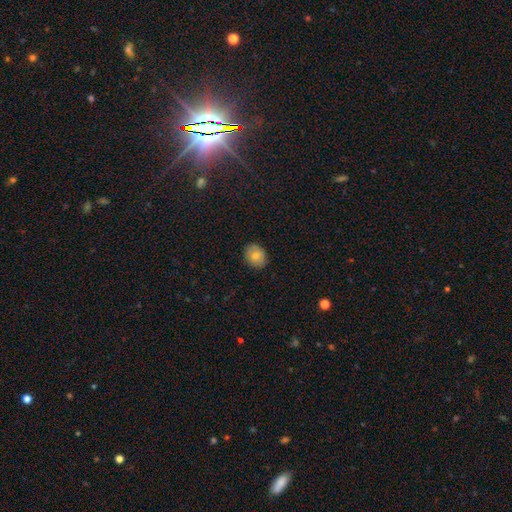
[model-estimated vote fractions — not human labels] Smooth or featured? Predicted: smooth (p=0.79). How rounded? Predicted: round (p=0.52). Merging? Predicted: none (p=0.87).